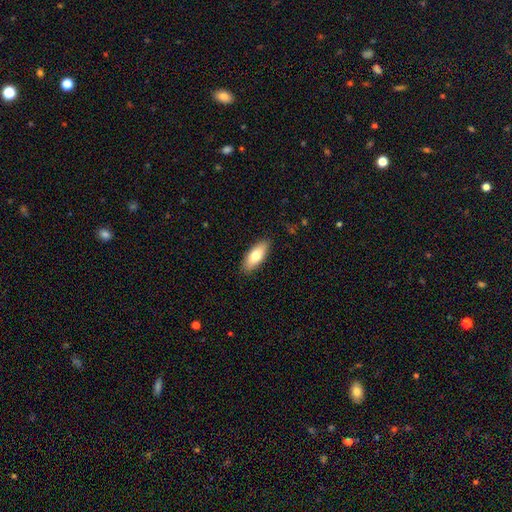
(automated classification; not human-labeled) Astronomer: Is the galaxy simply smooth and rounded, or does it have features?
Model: smooth — 75%.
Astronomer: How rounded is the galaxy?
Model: in between — 74%.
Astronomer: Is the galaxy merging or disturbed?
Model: none — 88%.